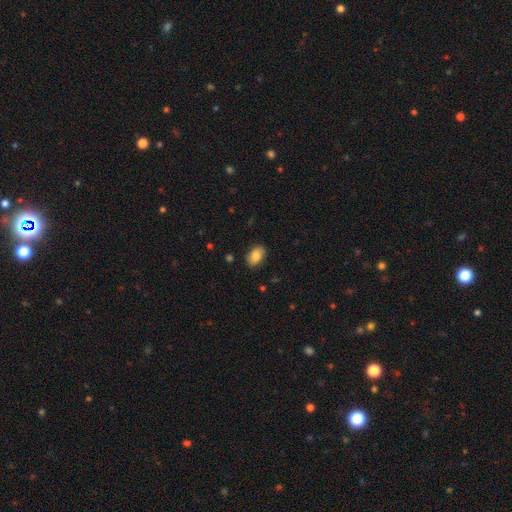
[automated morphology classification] smooth 84%, featured or disk 9%, star or artifact 7%. Down the decision tree: how rounded — in between (88%); merging — none (87%).